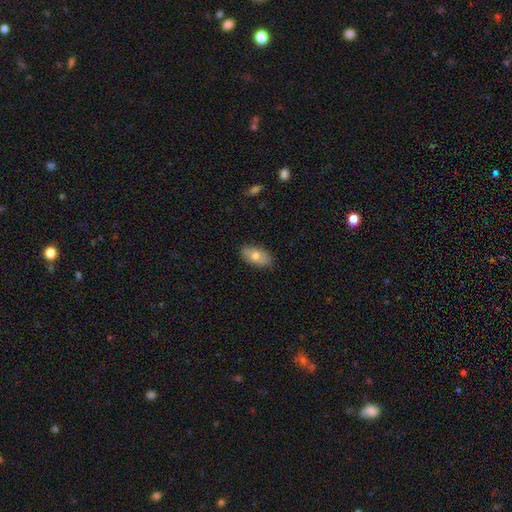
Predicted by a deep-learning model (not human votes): This appears to be a smooth galaxy with no disk features (72%) that is in between round and cigar-shaped (92%). Merging: none (86%).